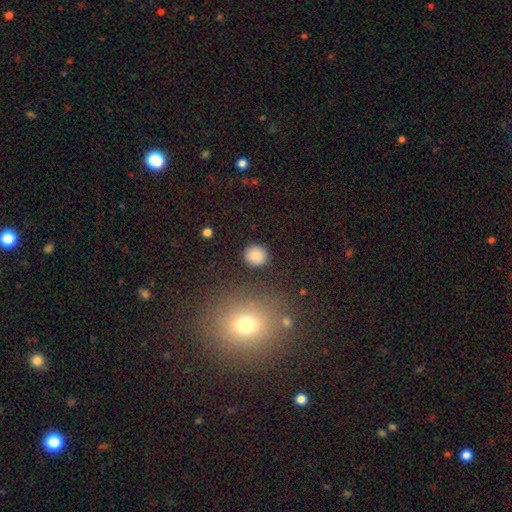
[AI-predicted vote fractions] Overall: smooth (85%). How rounded: round (88%). Merging: none (88%).